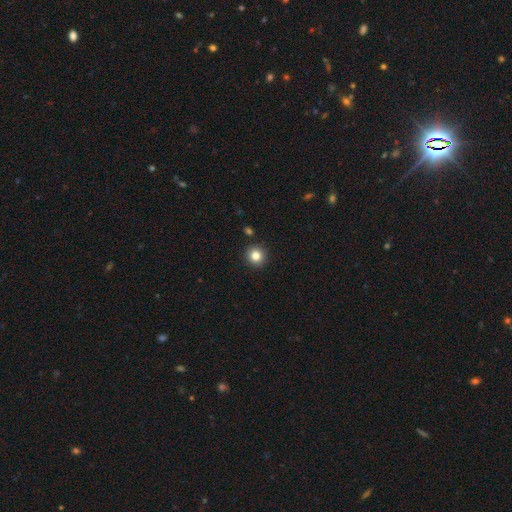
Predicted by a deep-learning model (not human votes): smooth-or-featured: smooth: 82% | star or artifact: 11% | featured or disk: 6%
  how-rounded: round: 92% | in between: 7% | cigar-shaped: 1%
  merging: none: 90% | minor disturbance: 6% | merger: 2% | major disturbance: 2%